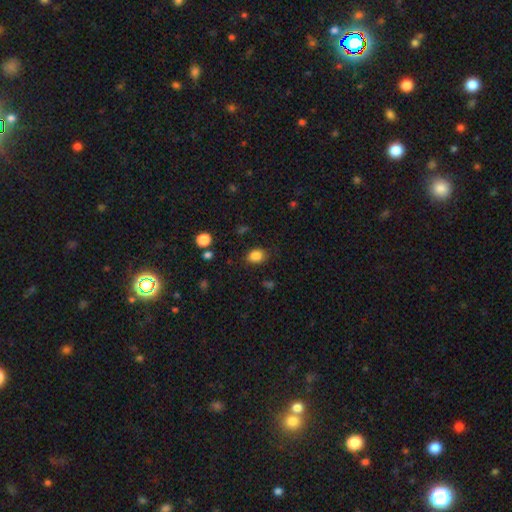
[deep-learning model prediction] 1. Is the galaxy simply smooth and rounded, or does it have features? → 85% smooth, 10% star or artifact, 5% featured or disk.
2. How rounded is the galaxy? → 66% in between, 33% round, 1% cigar-shaped.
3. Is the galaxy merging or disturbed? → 80% none, 14% minor disturbance, 4% major disturbance, 2% merger.